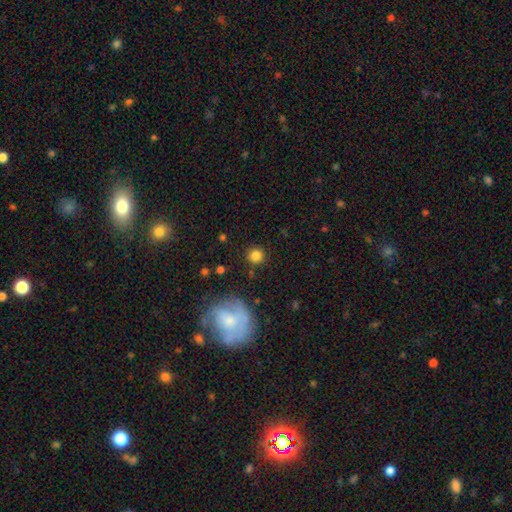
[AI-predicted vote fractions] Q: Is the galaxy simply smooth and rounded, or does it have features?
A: smooth — 82%.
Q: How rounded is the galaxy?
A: round — 92%.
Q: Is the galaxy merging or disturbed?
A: none — 86%.